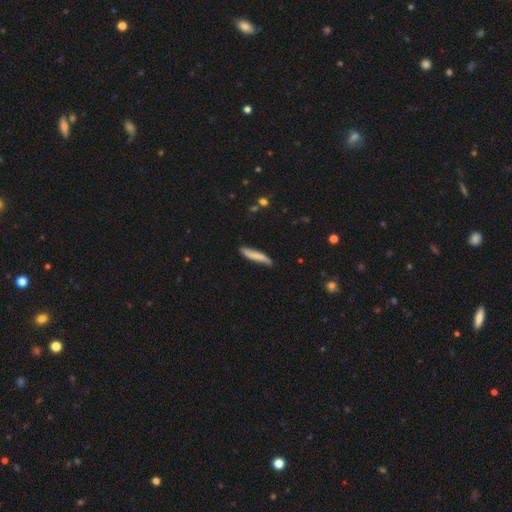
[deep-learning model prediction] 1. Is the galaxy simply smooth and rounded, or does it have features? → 70% smooth, 25% featured or disk, 6% star or artifact.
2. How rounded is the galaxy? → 89% cigar-shaped, 9% in between, 2% round.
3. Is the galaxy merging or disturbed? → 75% none, 19% minor disturbance, 3% major disturbance, 2% merger.